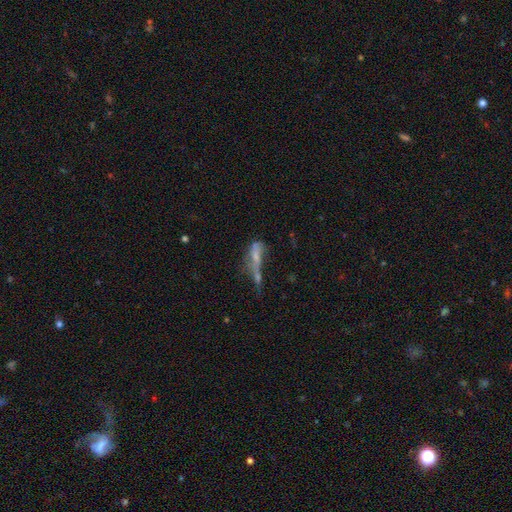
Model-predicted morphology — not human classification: Q: Smooth or featured?
A: smooth (50%); runner-up: featured or disk (35%)
Q: Merging?
A: merger (43%); runner-up: major disturbance (26%)